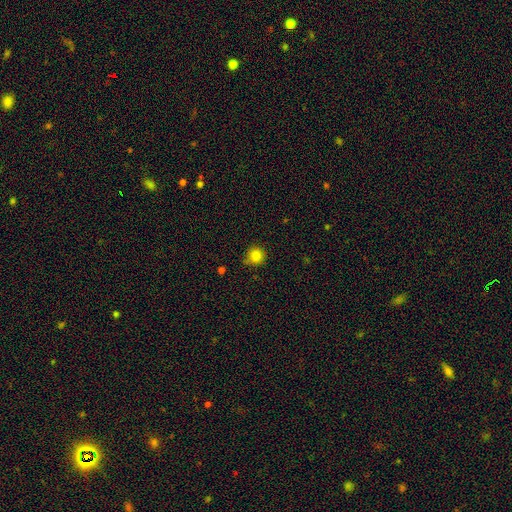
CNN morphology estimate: smooth_or_featured: smooth (p=0.83) [alt: star or artifact p=0.12]
how_rounded: round (p=0.94) [alt: in between p=0.05]
merging: none (p=0.81) [alt: minor disturbance p=0.14]